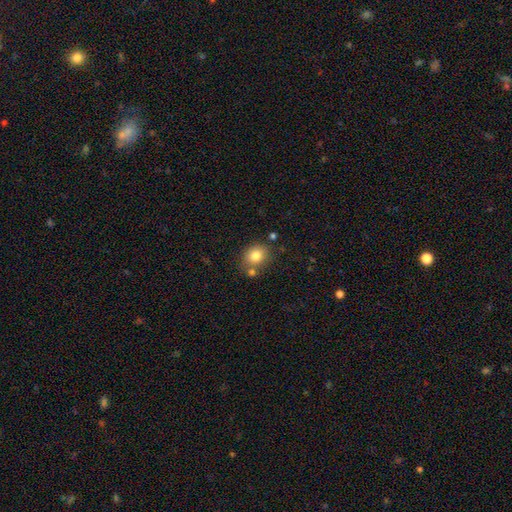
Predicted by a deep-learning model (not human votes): This appears to be a smooth galaxy with no disk features (80%) that is round (64%). Merging: none (71%).